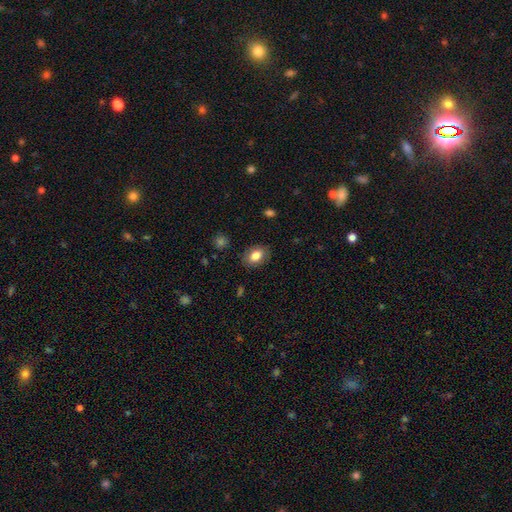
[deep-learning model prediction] A smooth galaxy with no disk features (82%) that is in between round and cigar-shaped (77%).

Vote fractions:
- Smooth or featured? smooth: 82% / featured or disk: 10% / star or artifact: 8%
- How rounded? in between: 77% / round: 21% / cigar-shaped: 1%
- Merging? none: 84% / minor disturbance: 11% / major disturbance: 3% / merger: 1%